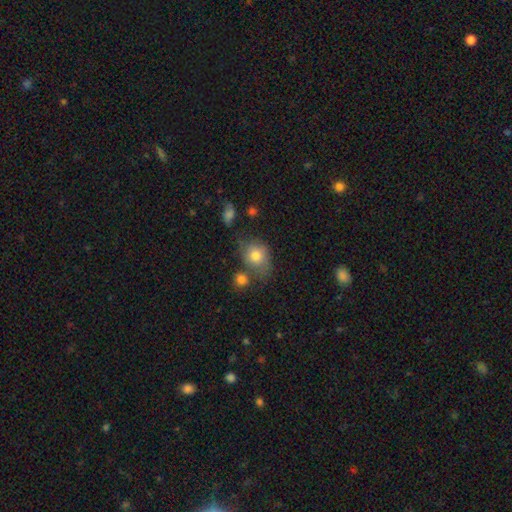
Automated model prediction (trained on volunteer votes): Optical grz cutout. It shows a smooth galaxy with no disk features (76%) that is round (55%). Merging: none (48%).